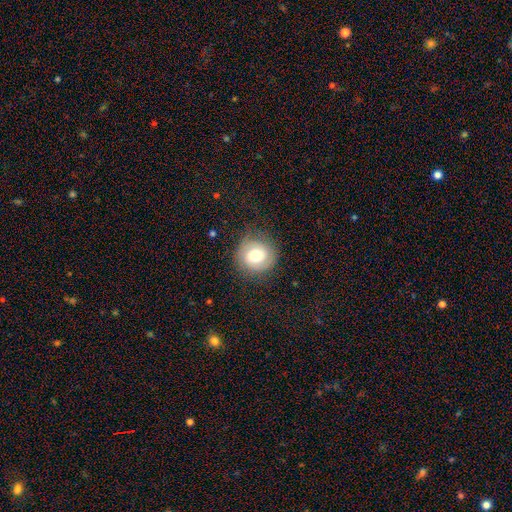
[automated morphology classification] A smooth galaxy with no disk features (54%) that is round (89%). Merging: none (79%).